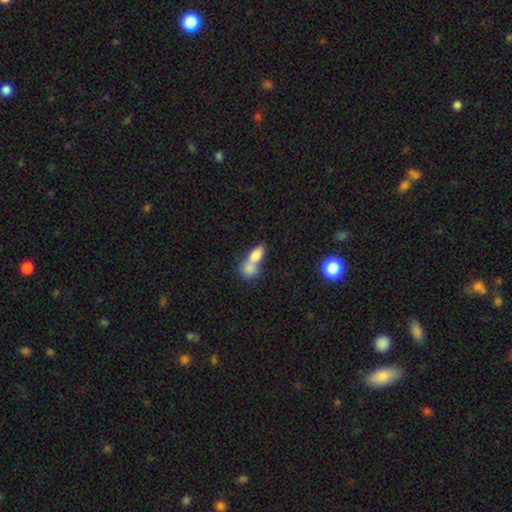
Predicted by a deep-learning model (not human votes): Morphology: type=smooth (77%); roundness=in between (77%); merging=merger (68%).